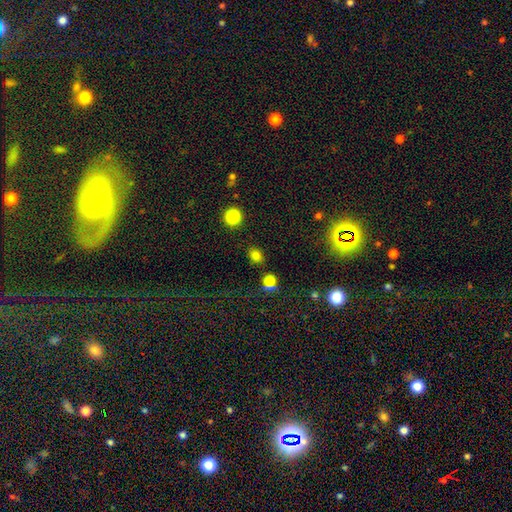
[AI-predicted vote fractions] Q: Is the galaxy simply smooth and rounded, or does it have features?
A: smooth — 76%.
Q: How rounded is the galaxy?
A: in between — 50%.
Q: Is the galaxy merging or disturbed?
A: none — 83%.